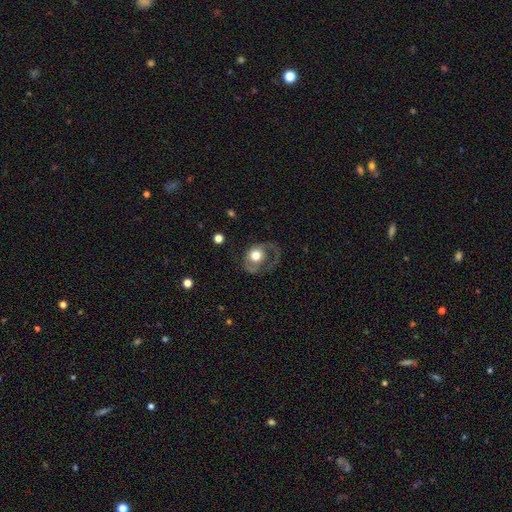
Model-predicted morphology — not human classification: type=featured or disk (51%); edge-on=no (95%); merging=none (43%).